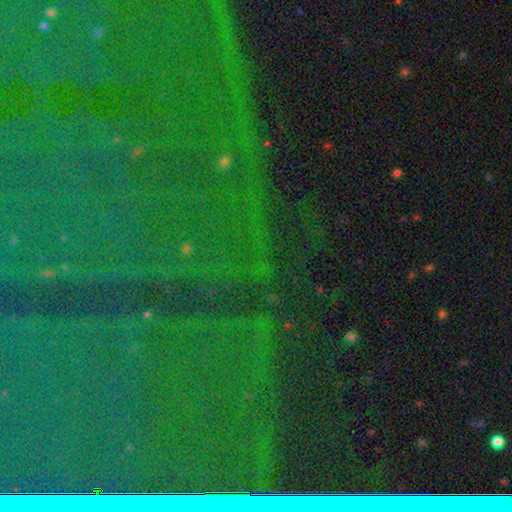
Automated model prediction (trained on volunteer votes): The model was most divided on "smooth or featured": star or artifact: 82%, smooth: 9%, featured or disk: 9%.